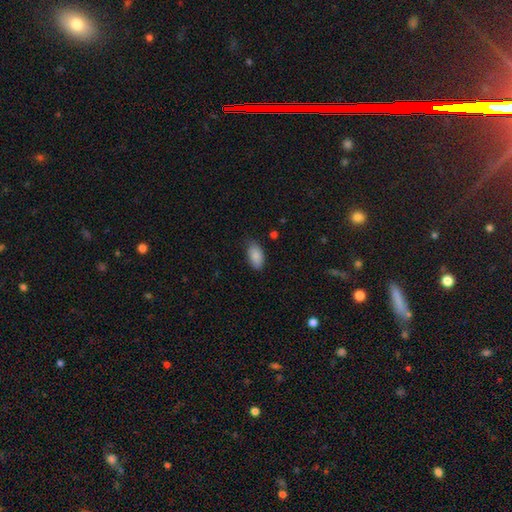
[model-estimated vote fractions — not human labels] Smooth or featured: smooth — 87% (star or artifact — 7%)
How rounded: in between — 94% (round — 3%)
Merging: none — 76% (minor disturbance — 19%)